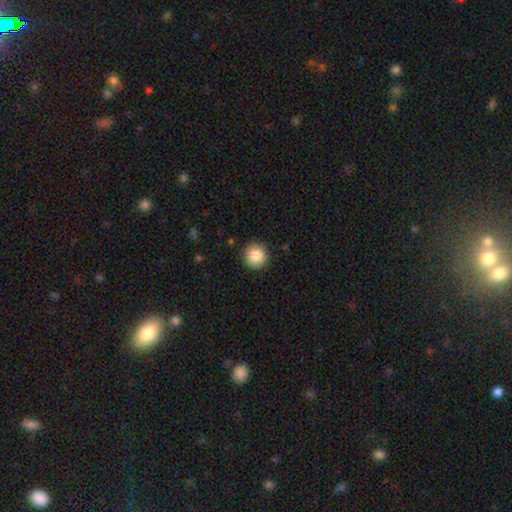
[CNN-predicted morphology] smooth-or-featured: smooth: 86% | star or artifact: 9% | featured or disk: 5%
  how-rounded: round: 95% | in between: 4% | cigar-shaped: 1%
  merging: none: 91% | minor disturbance: 6% | major disturbance: 2% | merger: 1%